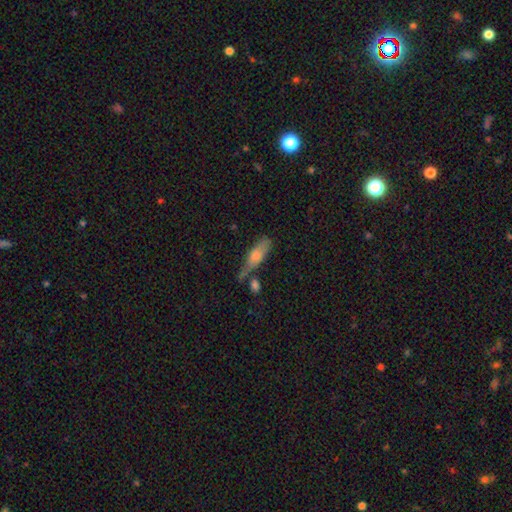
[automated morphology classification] Overall: smooth (63%; featured or disk 28%). How rounded: in between (50%; cigar-shaped 47%). Merging: none (45%; minor disturbance 25%).